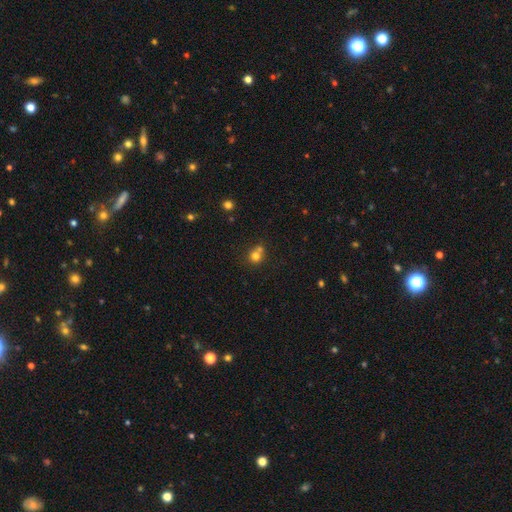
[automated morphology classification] The model was most divided on "merging": none: 47%, merger: 40%, minor disturbance: 9%, major disturbance: 4%. More confident: how rounded — round (84%); smooth or featured — smooth (75%).